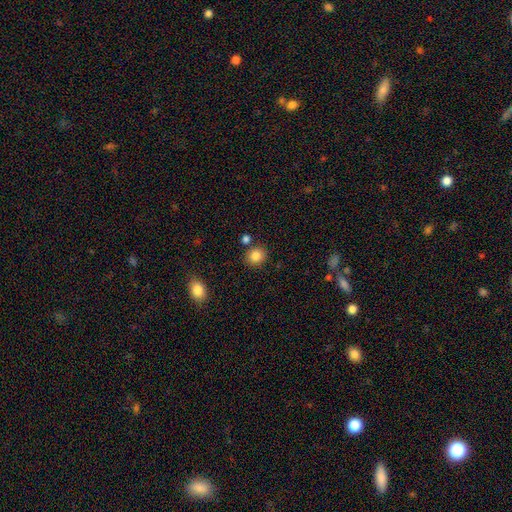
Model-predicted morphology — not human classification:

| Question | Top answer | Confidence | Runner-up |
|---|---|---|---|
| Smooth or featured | smooth | 85% | star or artifact (10%) |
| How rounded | round | 77% | in between (22%) |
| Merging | none | 81% | minor disturbance (9%) |